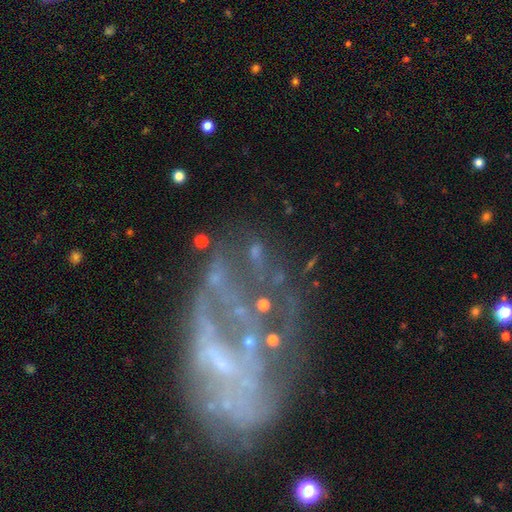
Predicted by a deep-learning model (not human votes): smooth_or_featured: featured or disk (p=0.64) [alt: star or artifact p=0.22]
disk_edge_on: no (p=0.96) [alt: yes p=0.04]
bar: no (p=0.62) [alt: weak p=0.22]
has_spiral_arms: no (p=0.55) [alt: yes p=0.45]
bulge_size: none (p=0.50) [alt: small p=0.33]
merging: none (p=0.42) [alt: major disturbance p=0.32]